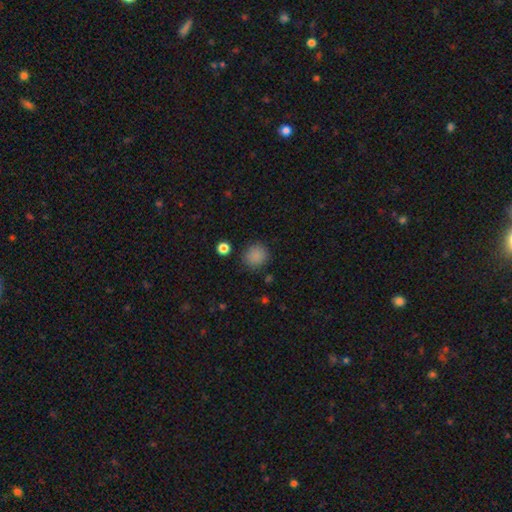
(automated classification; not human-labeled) smooth_or_featured: smooth (p=0.86) [alt: star or artifact p=0.11]
how_rounded: round (p=0.88) [alt: in between p=0.11]
merging: none (p=0.86) [alt: minor disturbance p=0.09]